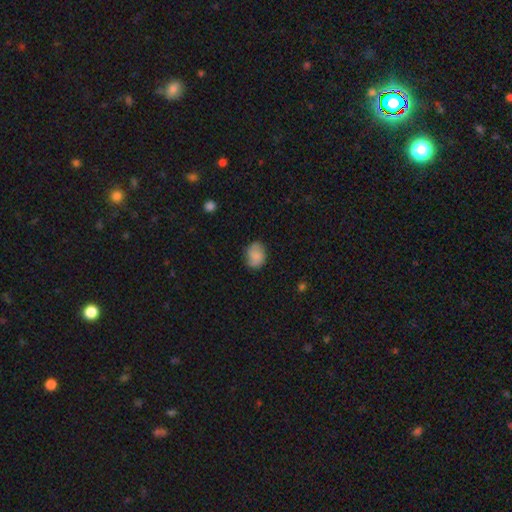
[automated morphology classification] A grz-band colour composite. It shows a smooth galaxy with no disk features (72%) that is in between round and cigar-shaped (50%). Merging: none (74%).